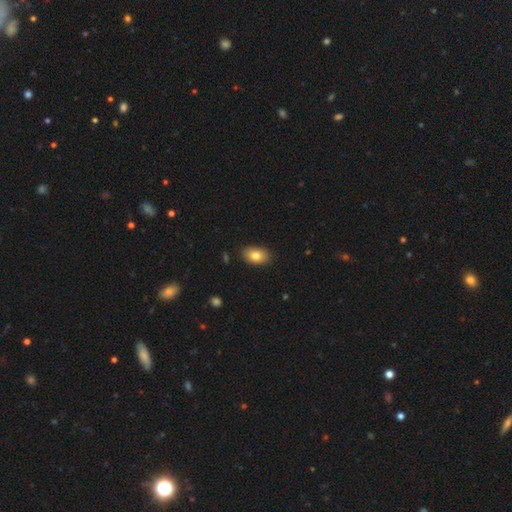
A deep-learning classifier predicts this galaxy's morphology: Q: Smooth or featured?
A: smooth (82%); runner-up: featured or disk (10%)
Q: How rounded?
A: in between (89%); runner-up: round (10%)
Q: Merging?
A: none (86%); runner-up: minor disturbance (10%)